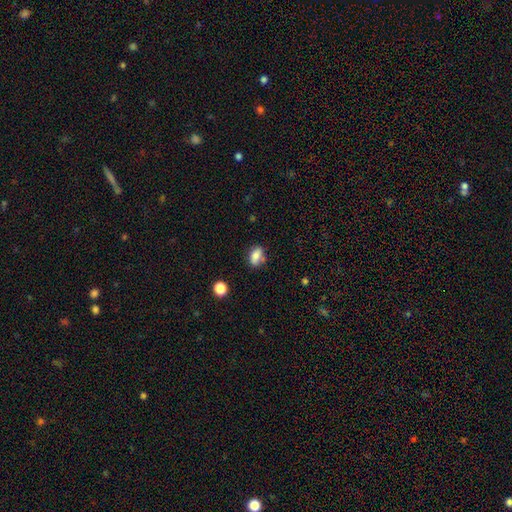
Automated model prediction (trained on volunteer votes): Morphology: type=smooth (78%); roundness=in between (82%); merging=none (65%).